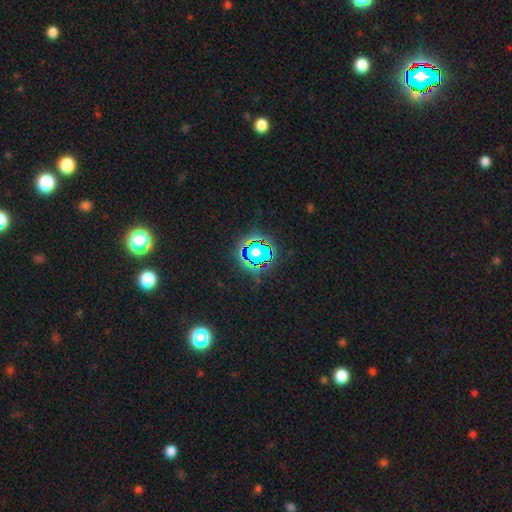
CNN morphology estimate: Q: Smooth or featured?
A: star or artifact (80%); runner-up: smooth (13%)